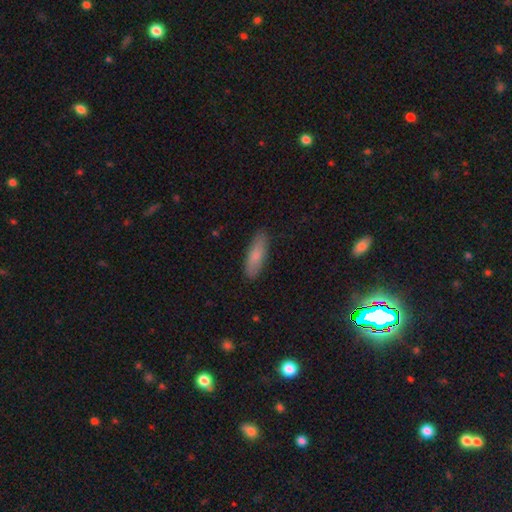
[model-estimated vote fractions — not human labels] This is clearly a smooth galaxy (81%). How rounded: possibly in between (52%). Merging: clearly none (87%).